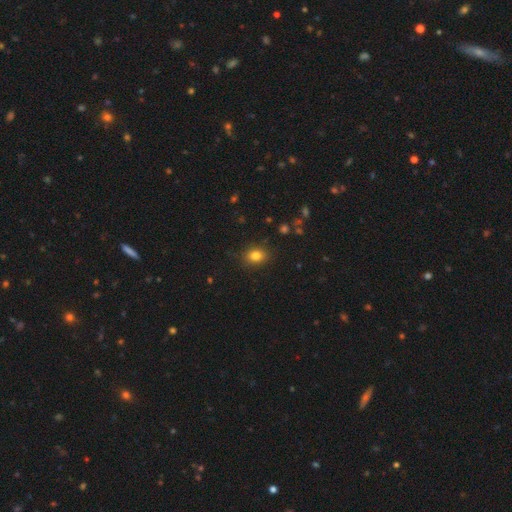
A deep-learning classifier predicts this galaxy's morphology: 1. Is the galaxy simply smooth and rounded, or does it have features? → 82% smooth, 11% star or artifact, 7% featured or disk.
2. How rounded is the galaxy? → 60% in between, 39% round, 1% cigar-shaped.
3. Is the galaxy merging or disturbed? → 86% none, 10% minor disturbance, 3% major disturbance, 1% merger.